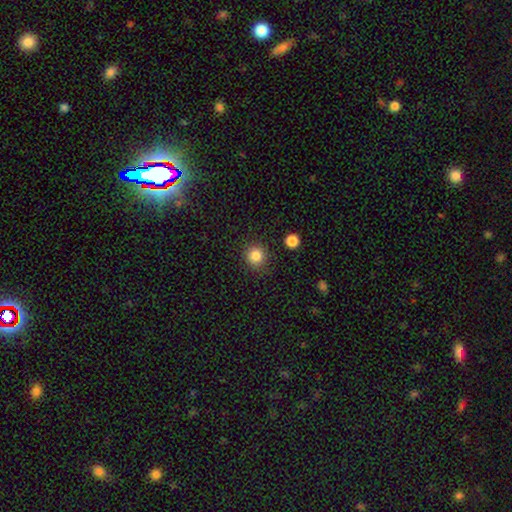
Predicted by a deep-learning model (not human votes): Smooth or featured?
  - smooth: 85% *
  - star or artifact: 11%
  - featured or disk: 4%
How rounded?
  - round: 93% *
  - in between: 6%
  - cigar-shaped: 1%
Merging?
  - none: 89% *
  - minor disturbance: 7%
  - major disturbance: 3%
  - merger: 2%